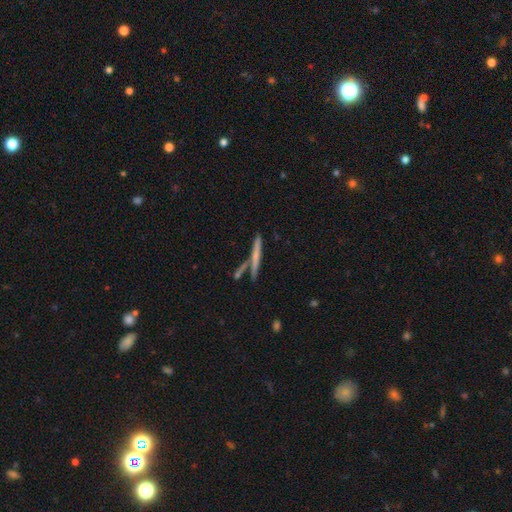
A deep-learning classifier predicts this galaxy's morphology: Smooth or featured? smooth (49%)
Merging? none (73%)